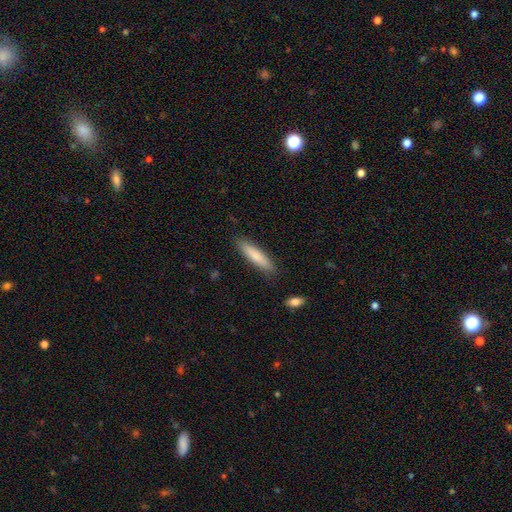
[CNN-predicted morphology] smooth_or_featured: smooth (p=0.81) [alt: featured or disk p=0.13]
how_rounded: cigar-shaped (p=0.81) [alt: in between p=0.18]
merging: none (p=0.87) [alt: minor disturbance p=0.09]